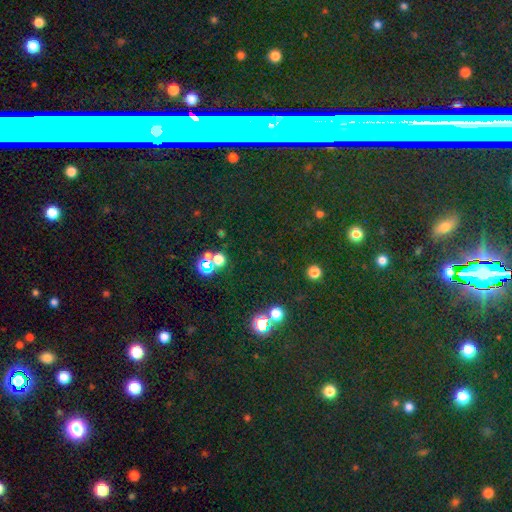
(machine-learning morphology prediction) This appears to be a star or artifact, not a galaxy (66%).